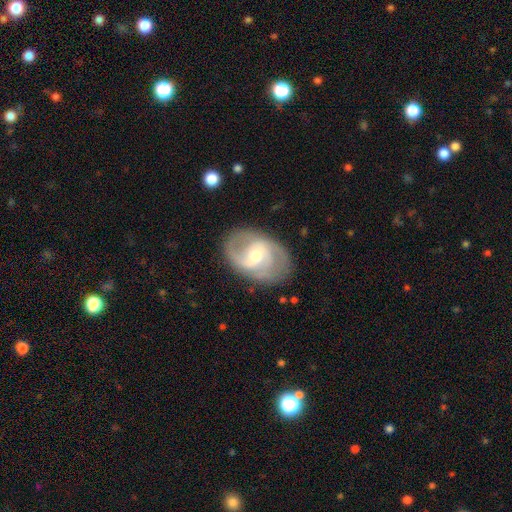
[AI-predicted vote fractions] This appears to be a featured or disk galaxy (82%) with a weak bar (51%), 2 (65%) medium (48%) spiral arms (93%) and a moderate central bulge (60%). Merging: none (77%).